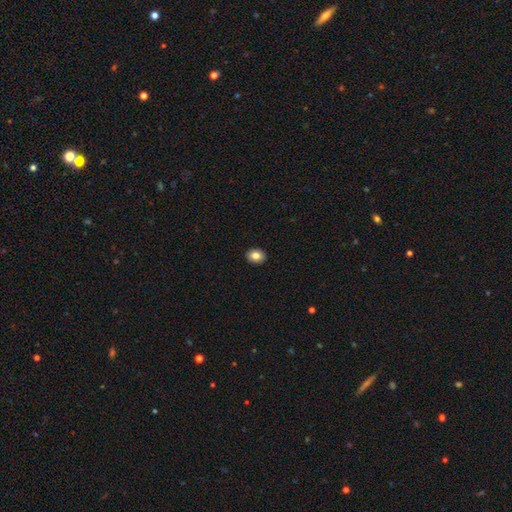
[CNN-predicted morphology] Smooth or featured? smooth (82%)
How rounded? in between (62%)
Merging? none (92%)